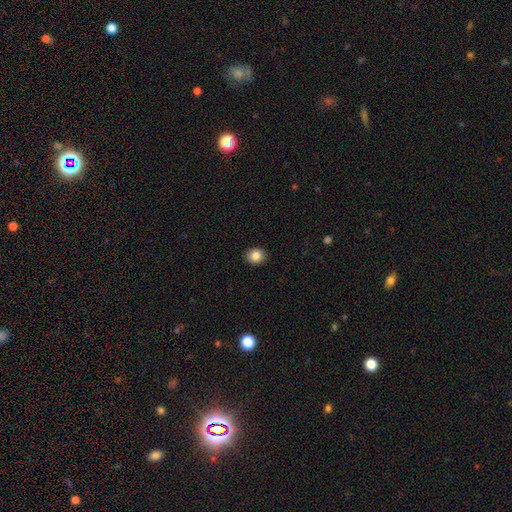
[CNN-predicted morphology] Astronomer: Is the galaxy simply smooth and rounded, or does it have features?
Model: smooth — 85%.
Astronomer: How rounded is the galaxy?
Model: round — 71%.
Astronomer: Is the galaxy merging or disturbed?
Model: none — 91%.